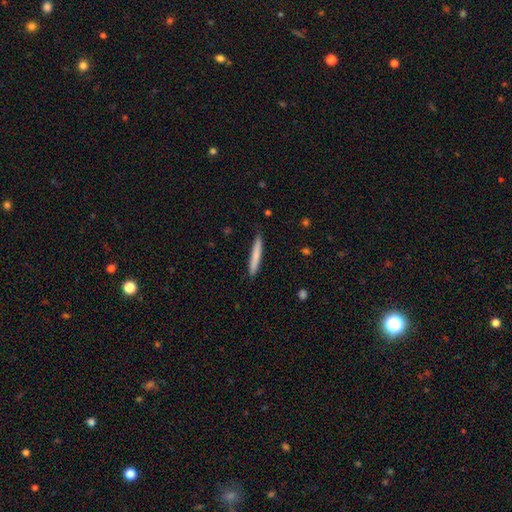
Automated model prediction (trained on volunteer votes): Smooth or featured: smooth — 78% (featured or disk — 17%)
How rounded: cigar-shaped — 96% (in between — 3%)
Merging: none — 89% (minor disturbance — 9%)